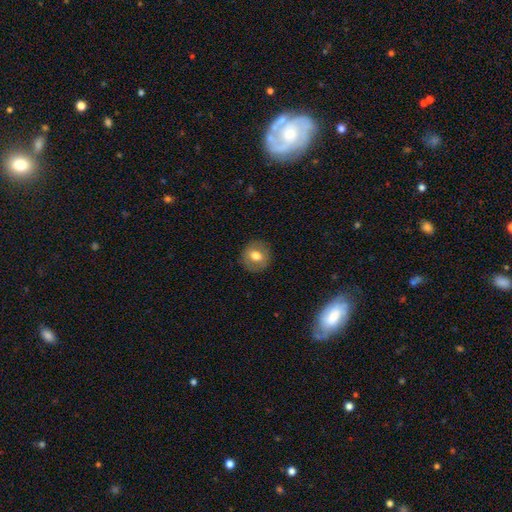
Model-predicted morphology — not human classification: type=smooth (66%); roundness=round (85%); merging=none (87%).